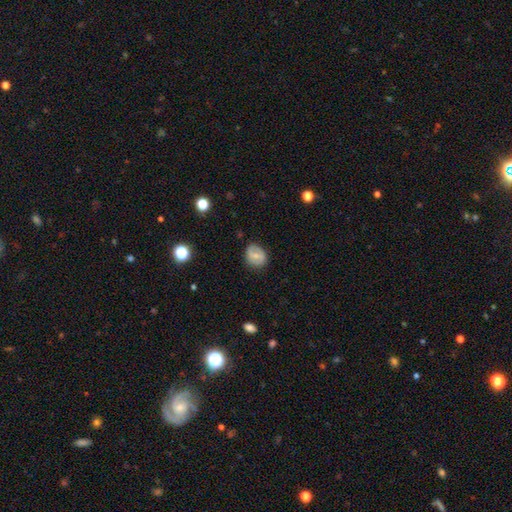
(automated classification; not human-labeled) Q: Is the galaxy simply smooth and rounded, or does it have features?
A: smooth — 53%.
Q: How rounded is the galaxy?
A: round — 58%.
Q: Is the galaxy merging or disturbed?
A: none — 77%.